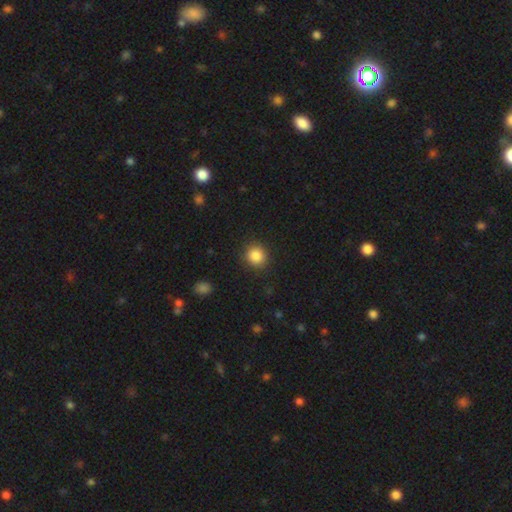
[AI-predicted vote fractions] Morphology: type=smooth (86%); roundness=round (86%); merging=none (88%).